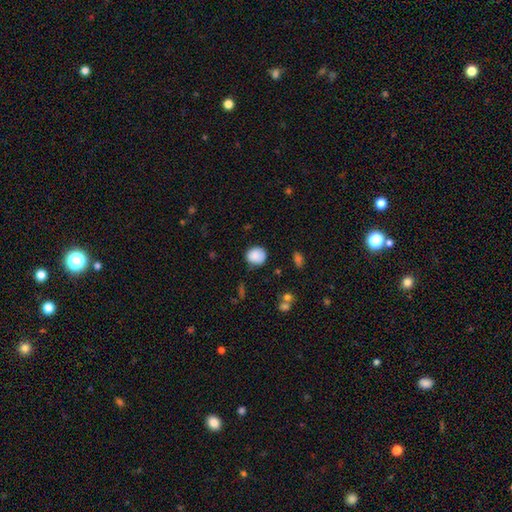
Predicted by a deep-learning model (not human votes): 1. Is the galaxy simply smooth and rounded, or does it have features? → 86% smooth, 8% star or artifact, 5% featured or disk.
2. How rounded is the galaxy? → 83% round, 16% in between, 1% cigar-shaped.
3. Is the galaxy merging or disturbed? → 75% none, 19% minor disturbance, 4% major disturbance, 2% merger.